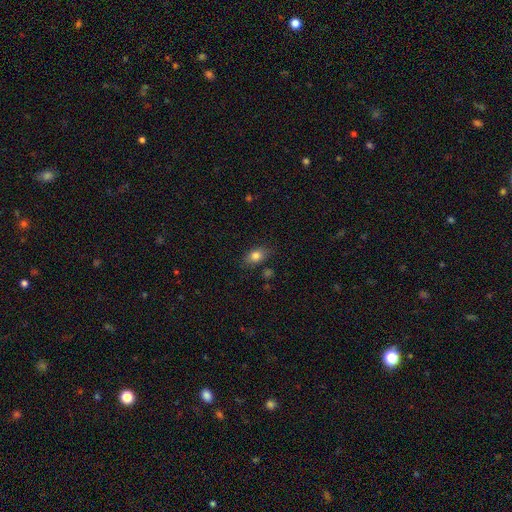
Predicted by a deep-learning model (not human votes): Smooth or featured: smooth — 80% (star or artifact — 10%)
How rounded: in between — 78% (round — 19%)
Merging: none — 80% (minor disturbance — 14%)